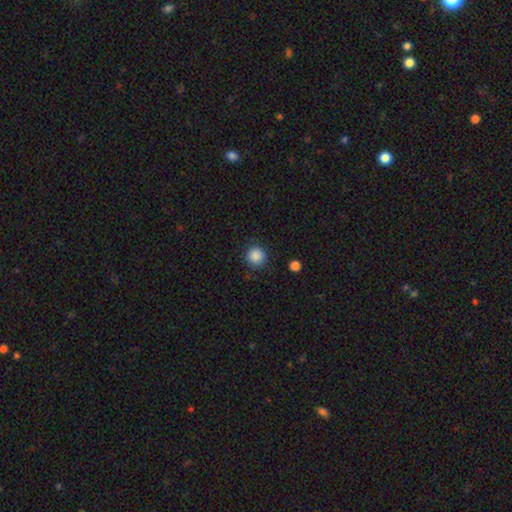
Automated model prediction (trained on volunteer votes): Q: Smooth or featured?
A: smooth (87%); runner-up: star or artifact (10%)
Q: How rounded?
A: round (94%); runner-up: in between (5%)
Q: Merging?
A: none (88%); runner-up: minor disturbance (8%)